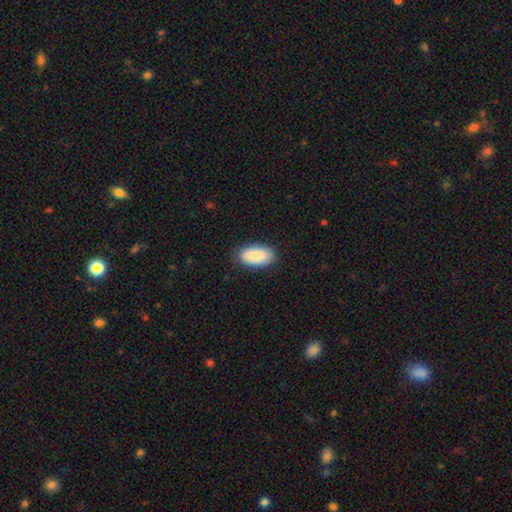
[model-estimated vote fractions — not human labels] A smooth galaxy with no disk features (87%) that is in between round and cigar-shaped (95%).

Vote fractions:
- Smooth or featured? smooth: 87% / featured or disk: 7% / star or artifact: 6%
- How rounded? in between: 95% / round: 3% / cigar-shaped: 2%
- Merging? none: 85% / minor disturbance: 12% / major disturbance: 3% / merger: 1%